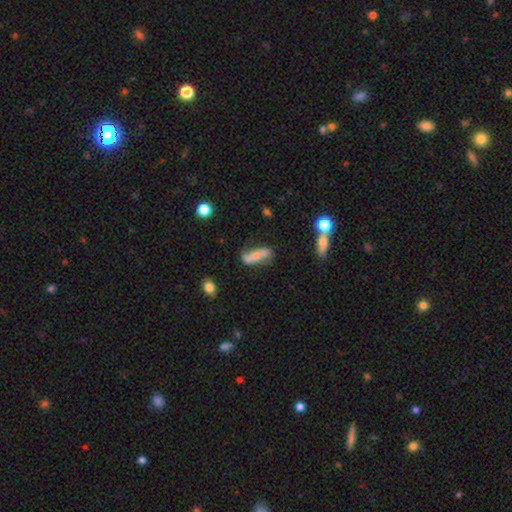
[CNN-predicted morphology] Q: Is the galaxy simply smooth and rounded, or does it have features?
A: featured or disk — 49%.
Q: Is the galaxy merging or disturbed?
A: none — 59%.